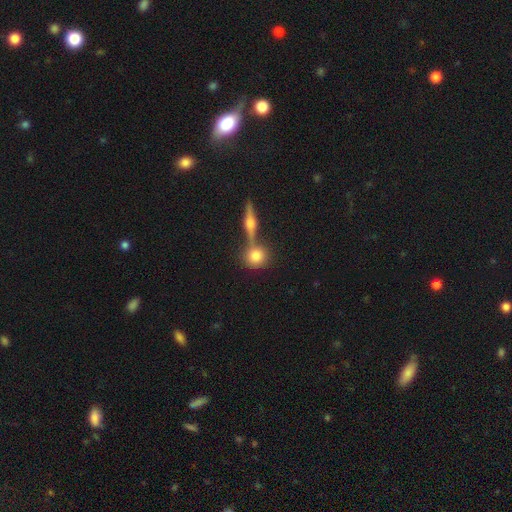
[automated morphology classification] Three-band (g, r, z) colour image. It shows a smooth galaxy with no disk features (73%) that is round (83%). Merging: none (59%).